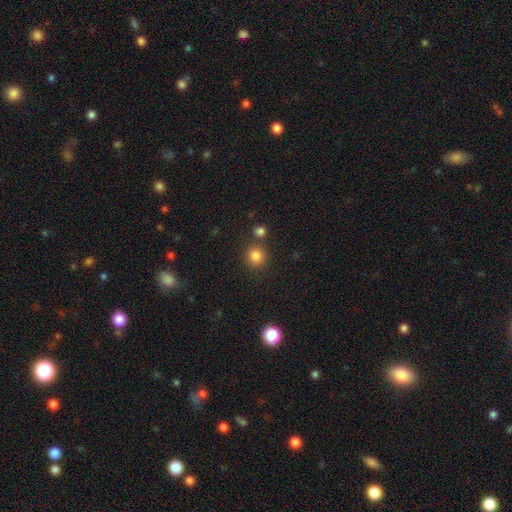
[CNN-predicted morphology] type=smooth (83%); roundness=round (91%); merging=none (78%).